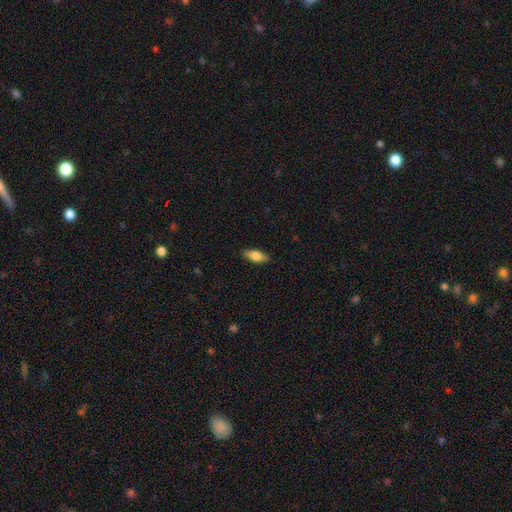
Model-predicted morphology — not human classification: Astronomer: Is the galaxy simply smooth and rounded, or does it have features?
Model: smooth — 74%.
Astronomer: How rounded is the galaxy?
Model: in between — 70%.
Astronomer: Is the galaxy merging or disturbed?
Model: none — 87%.